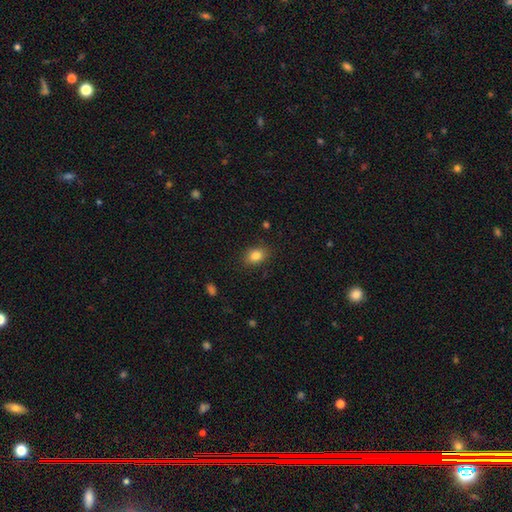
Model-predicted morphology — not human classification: smooth-or-featured: smooth: 83% | star or artifact: 10% | featured or disk: 7%
  how-rounded: in between: 68% | round: 31% | cigar-shaped: 1%
  merging: none: 85% | minor disturbance: 11% | major disturbance: 3% | merger: 1%